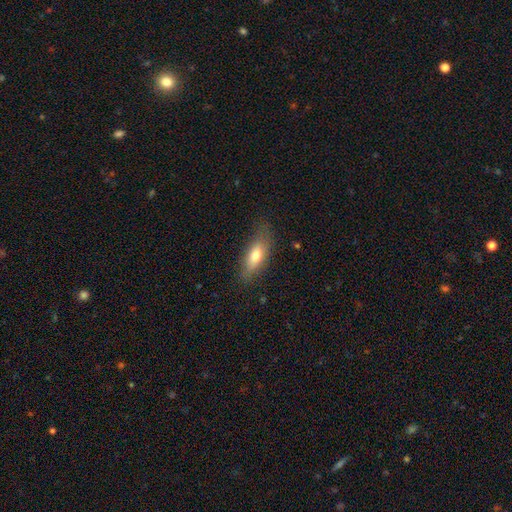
Volunteers were most divided on "how rounded": in between: 58%, cigar-shaped: 42%, round: 0%. More confident: smooth or featured — smooth (82%); merging — none (57%).